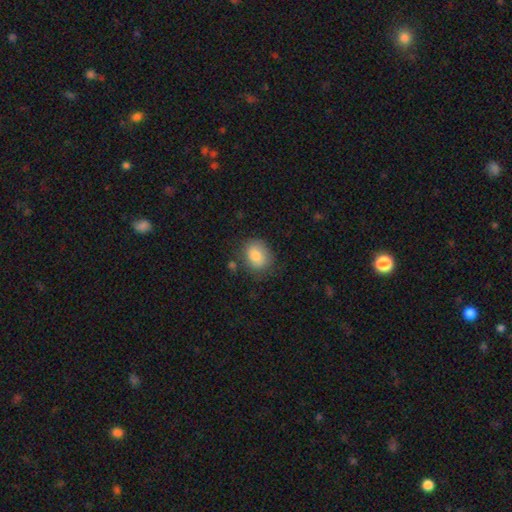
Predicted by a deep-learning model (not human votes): A smooth galaxy with no disk features (82%) that is in between round and cigar-shaped (50%).

Vote fractions:
- Smooth or featured? smooth: 82% / featured or disk: 9% / star or artifact: 8%
- How rounded? in between: 50% / round: 49% / cigar-shaped: 1%
- Merging? none: 73% / minor disturbance: 18% / major disturbance: 6% / merger: 3%